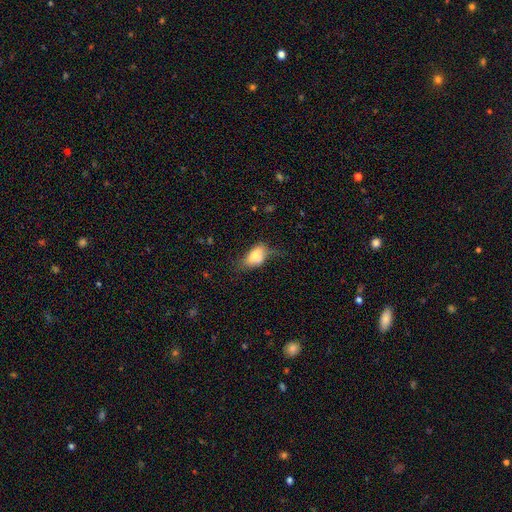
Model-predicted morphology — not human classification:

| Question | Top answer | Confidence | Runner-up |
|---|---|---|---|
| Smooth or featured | smooth | 74% | featured or disk (17%) |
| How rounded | in between | 90% | round (7%) |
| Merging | none | 36% | tied: minor disturbance (36%) |